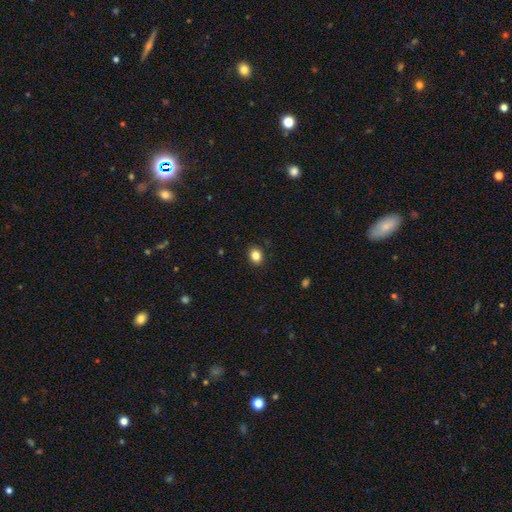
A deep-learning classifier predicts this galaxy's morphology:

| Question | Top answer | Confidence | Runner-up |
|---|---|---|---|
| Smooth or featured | smooth | 84% | star or artifact (11%) |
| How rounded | round | 58% | in between (41%) |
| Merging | none | 90% | minor disturbance (7%) |